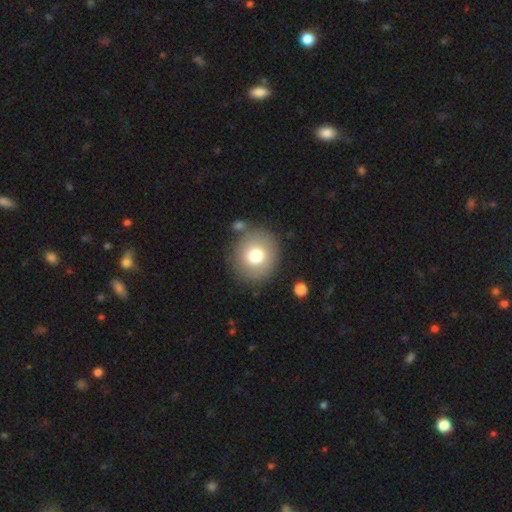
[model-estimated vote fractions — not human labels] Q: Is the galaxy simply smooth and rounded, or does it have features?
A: smooth — 76%.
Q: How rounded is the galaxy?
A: round — 91%.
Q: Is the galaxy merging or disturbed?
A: none — 80%.